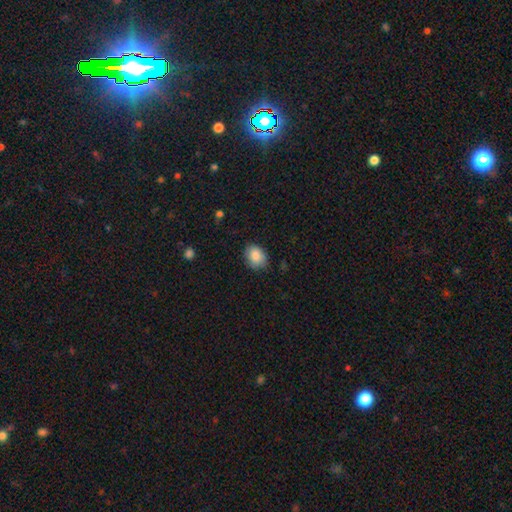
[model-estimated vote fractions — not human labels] Morphology: type=smooth (87%); roundness=in between (68%); merging=none (77%).